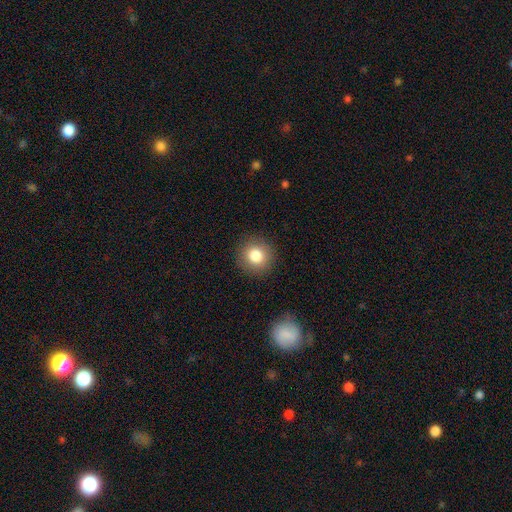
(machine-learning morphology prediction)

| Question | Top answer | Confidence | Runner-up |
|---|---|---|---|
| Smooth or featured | smooth | 82% | star or artifact (10%) |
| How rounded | round | 92% | in between (8%) |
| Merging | none | 90% | minor disturbance (6%) |